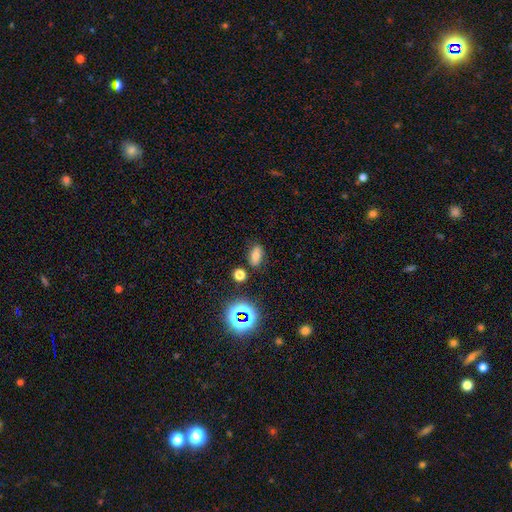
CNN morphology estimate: A smooth galaxy with no disk features (67%) that is in between round and cigar-shaped (82%).

Vote fractions:
- Smooth or featured? smooth: 67% / star or artifact: 21% / featured or disk: 12%
- How rounded? in between: 82% / round: 13% / cigar-shaped: 5%
- Merging? none: 81% / minor disturbance: 11% / merger: 5% / major disturbance: 3%